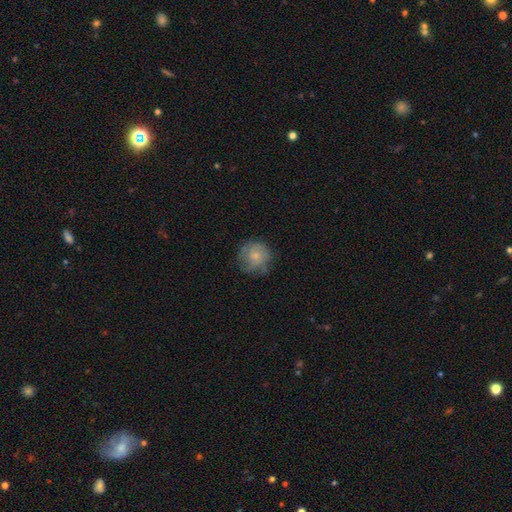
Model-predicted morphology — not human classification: smooth-or-featured: smooth: 56% | featured or disk: 36% | star or artifact: 8%
  how-rounded: round: 88% | in between: 11% | cigar-shaped: 1%
  merging: none: 67% | minor disturbance: 23% | major disturbance: 9% | merger: 1%